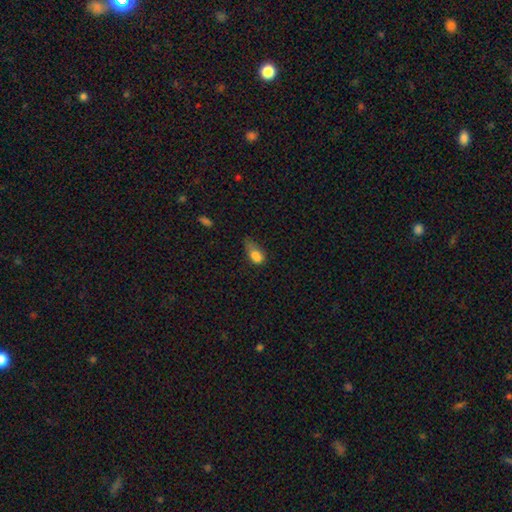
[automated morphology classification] Q: Smooth or featured?
A: smooth (77%); runner-up: featured or disk (12%)
Q: How rounded?
A: in between (83%); runner-up: round (12%)
Q: Merging?
A: minor disturbance (38%); runner-up: major disturbance (36%)